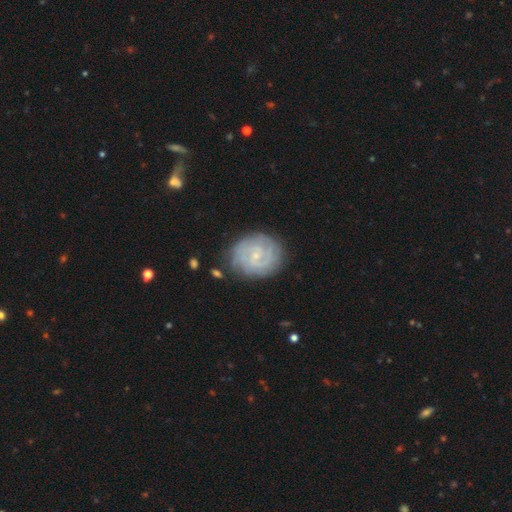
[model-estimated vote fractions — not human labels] This is clearly a featured or disk galaxy (80%). It is clearly not viewed edge-on (98%). Bar: possibly no (54%). Spiral arm pattern: clearly yes (95%). Spiral arm count: marginally 2 (34%). Spiral winding: likely tight (73%). Central bulge: likely small (80%). Merging: likely none (79%).